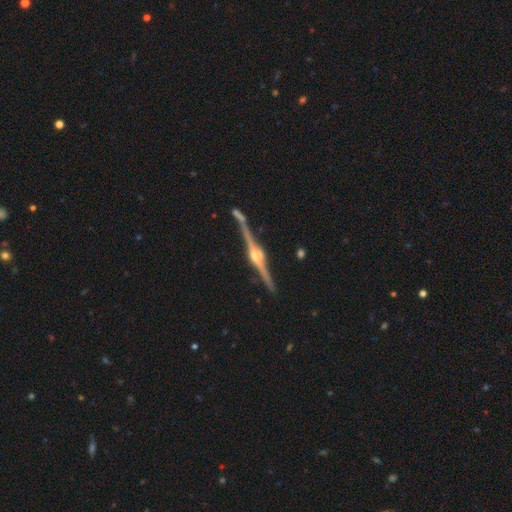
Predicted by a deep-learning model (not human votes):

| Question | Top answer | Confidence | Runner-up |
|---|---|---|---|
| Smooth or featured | featured or disk | 90% | star or artifact (6%) |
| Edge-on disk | yes | 98% | no (2%) |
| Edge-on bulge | rounded | 93% | boxy (6%) |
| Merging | none | 84% | minor disturbance (9%) |